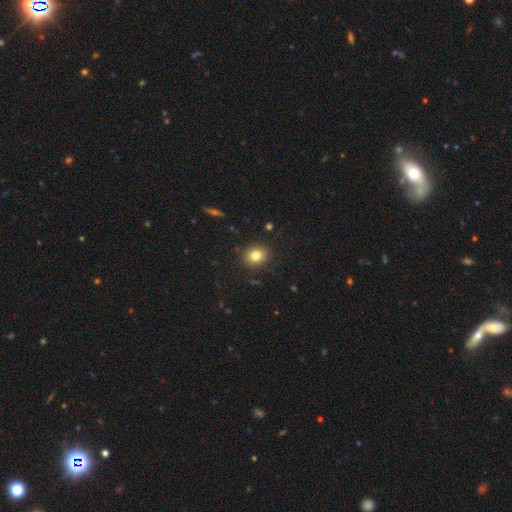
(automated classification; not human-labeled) smooth-or-featured: smooth: 81% | star or artifact: 11% | featured or disk: 8%
  how-rounded: round: 70% | in between: 29% | cigar-shaped: 1%
  merging: none: 88% | minor disturbance: 8% | major disturbance: 2% | merger: 1%